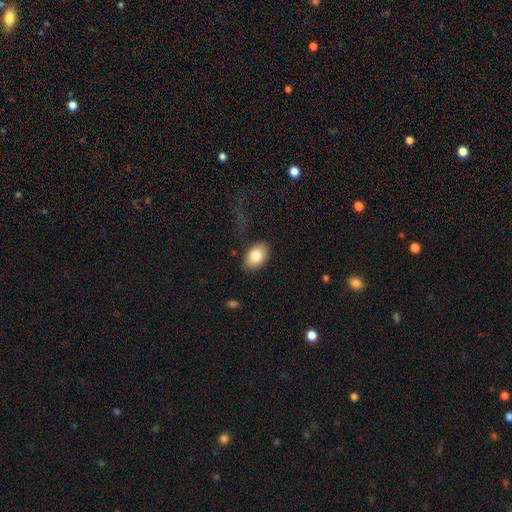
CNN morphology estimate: smooth_or_featured: smooth (p=0.80) [alt: featured or disk p=0.13]
how_rounded: in between (p=0.90) [alt: round p=0.09]
merging: none (p=0.86) [alt: minor disturbance p=0.10]